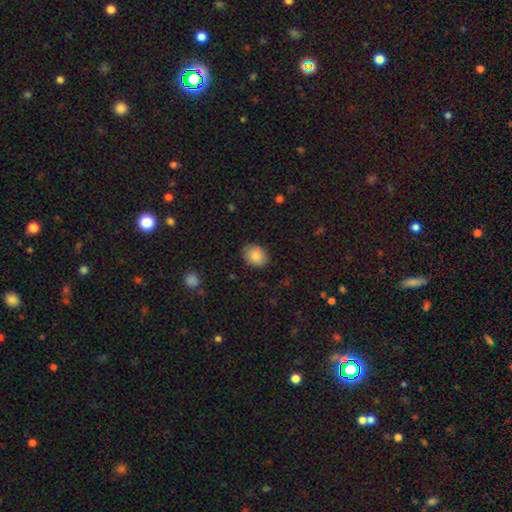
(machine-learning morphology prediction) Q: Smooth or featured?
A: smooth (86%); runner-up: star or artifact (8%)
Q: How rounded?
A: in between (61%); runner-up: round (38%)
Q: Merging?
A: none (84%); runner-up: minor disturbance (12%)